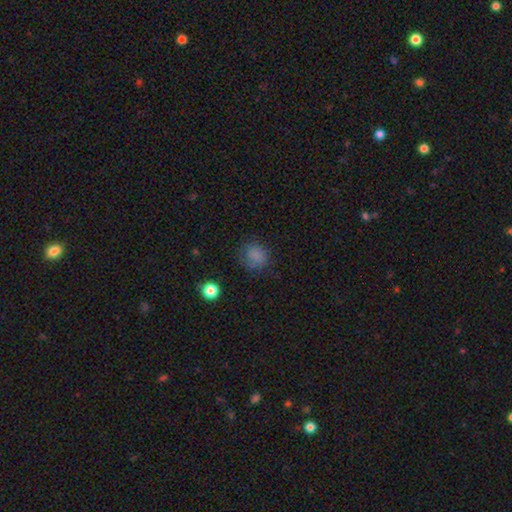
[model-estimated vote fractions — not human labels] Smooth or featured? Predicted: smooth (p=0.80). How rounded? Predicted: round (p=0.76). Merging? Predicted: none (p=0.73).